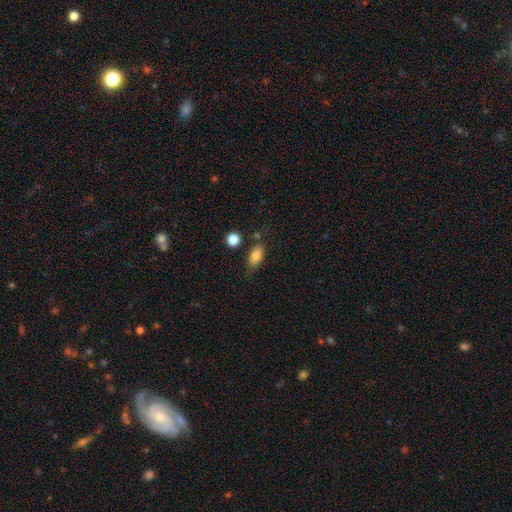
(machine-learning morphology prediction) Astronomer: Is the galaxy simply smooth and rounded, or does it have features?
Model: smooth — 81%.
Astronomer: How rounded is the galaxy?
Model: in between — 84%.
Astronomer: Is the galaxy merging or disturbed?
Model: none — 68%.